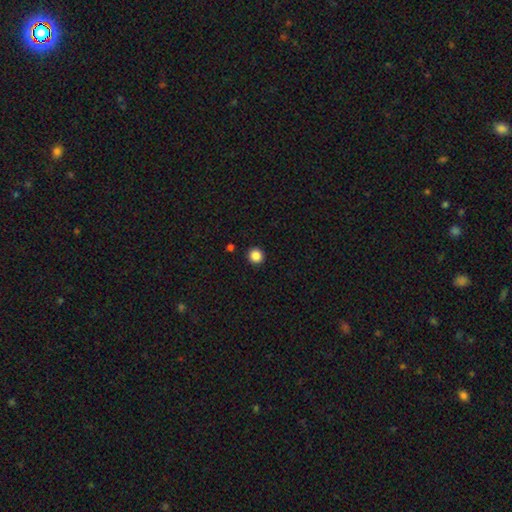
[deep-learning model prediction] This appears to be a smooth galaxy with no disk features (87%) that is round (95%). Merging: none (93%).